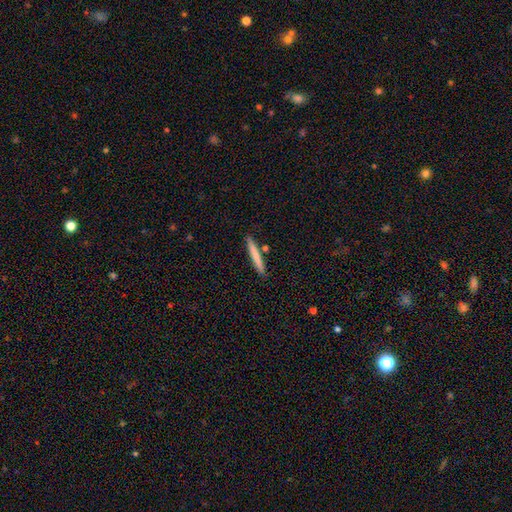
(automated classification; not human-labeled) A smooth galaxy with no disk features (75%) that is cigar-shaped (95%). Merging: none (86%).